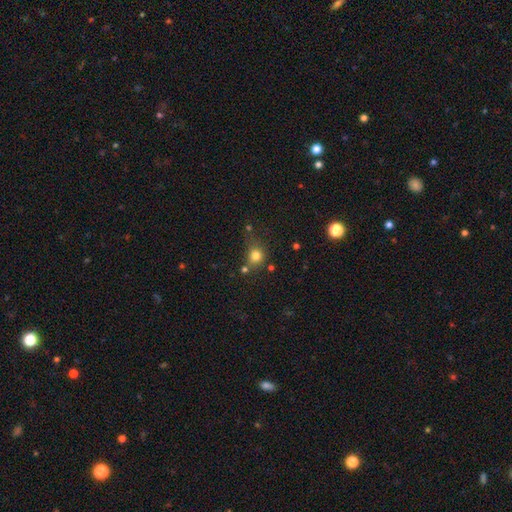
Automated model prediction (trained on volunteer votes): smooth_or_featured: smooth (p=0.78) [alt: star or artifact p=0.15]
how_rounded: round (p=0.79) [alt: in between p=0.20]
merging: none (p=0.60) [alt: minor disturbance p=0.19]